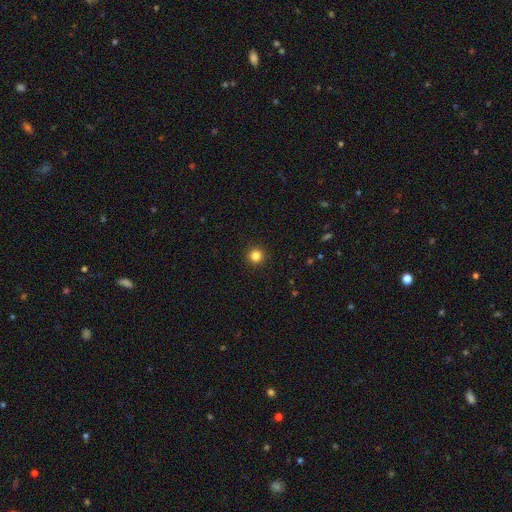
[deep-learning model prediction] This appears to be a smooth galaxy with no disk features (84%) that is round (96%). Merging: none (93%).